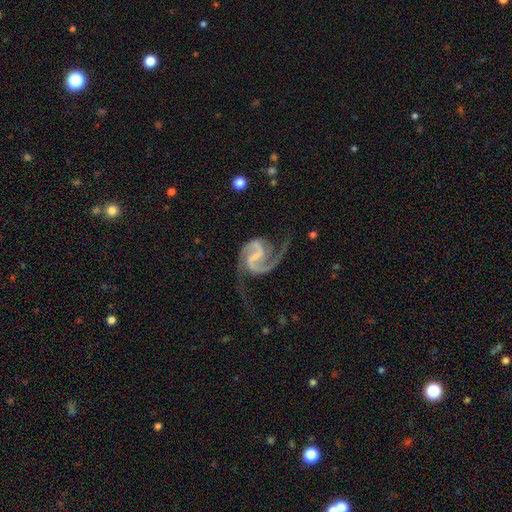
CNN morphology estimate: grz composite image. It shows a featured or disk galaxy (93%) with a weak bar (45%), 2 (93%) medium (56%) spiral arms (98%) and no central bulge (52%). Merging: none (63%).